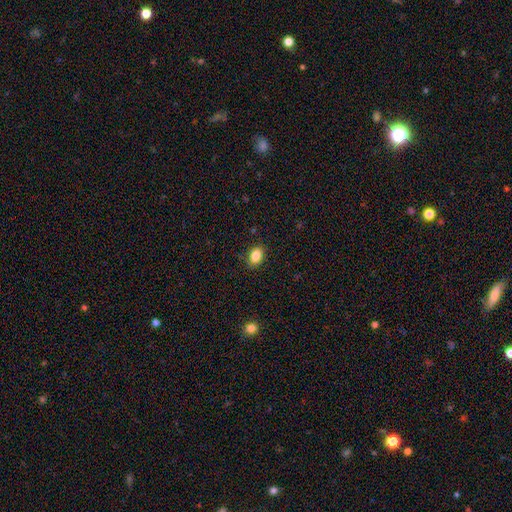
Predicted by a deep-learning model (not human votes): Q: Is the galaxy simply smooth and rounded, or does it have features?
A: smooth — 85%.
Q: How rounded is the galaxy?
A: in between — 80%.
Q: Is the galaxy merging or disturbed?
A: none — 87%.